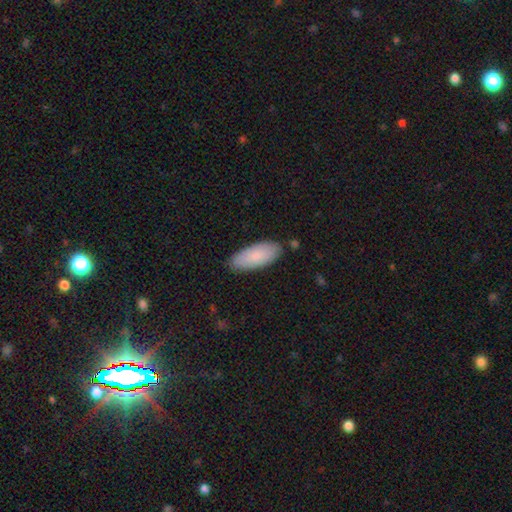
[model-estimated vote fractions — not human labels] Smooth or featured?
  - smooth: 86% *
  - featured or disk: 9%
  - star or artifact: 6%
How rounded?
  - in between: 83% *
  - cigar-shaped: 15%
  - round: 2%
Merging?
  - none: 84% *
  - minor disturbance: 12%
  - major disturbance: 2%
  - merger: 2%